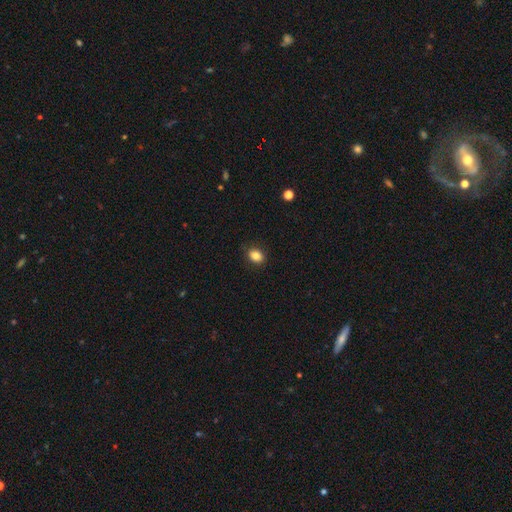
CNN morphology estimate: A smooth galaxy with no disk features (85%) that is in between round and cigar-shaped (64%). Merging: none (86%).